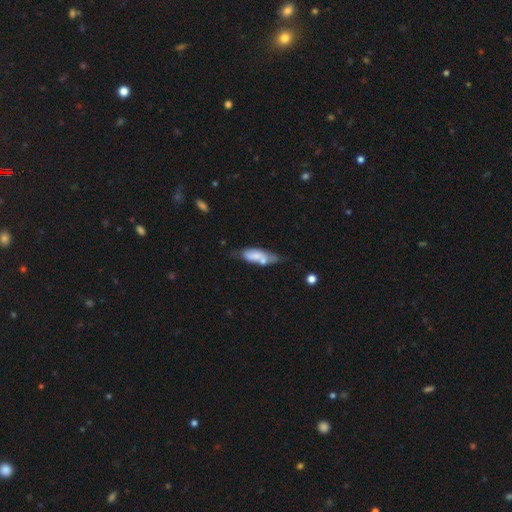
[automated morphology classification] type=smooth (65%); roundness=in between (69%); merging=none (40%).